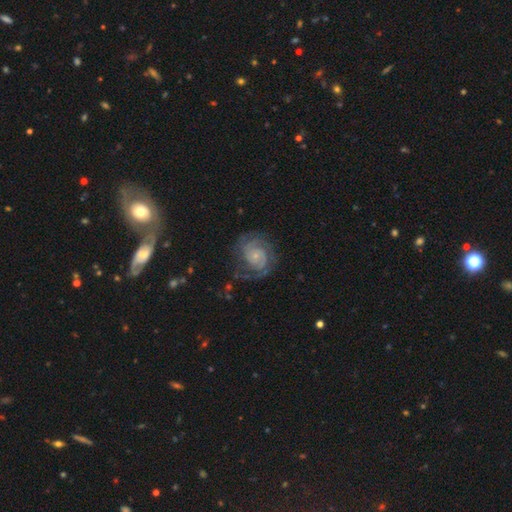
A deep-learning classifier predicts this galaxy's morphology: Smooth or featured?
  - featured or disk: 85% *
  - smooth: 9%
  - star or artifact: 6%
Edge-on disk?
  - no: 98% *
  - yes: 2%
Bar?
  - no: 71% *
  - weak: 24%
  - strong: 5%
Spiral arms?
  - yes: 96% *
  - no: 4%
Spiral winding?
  - tight: 58% *
  - medium: 33%
  - loose: 9%
Spiral arm count?
  - 2: 60% *
  - can't tell: 15%
  - 3: 12%
  - 1: 4%
  - 4: 4%
  - more than 4: 4%
Bulge size?
  - small: 77% *
  - moderate: 15%
  - none: 5%
  - large: 2%
  - dominant: 1%
Merging?
  - none: 71% *
  - minor disturbance: 16%
  - major disturbance: 11%
  - merger: 2%